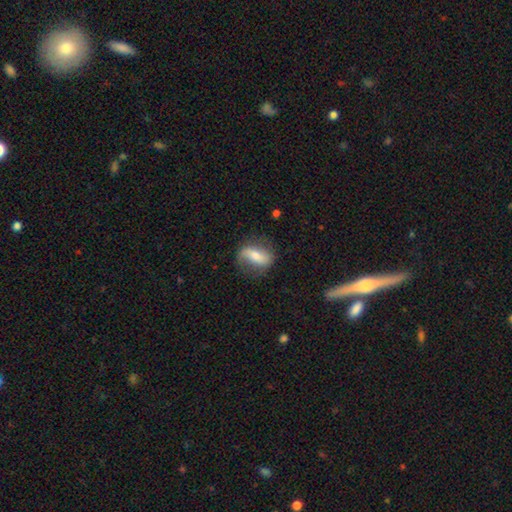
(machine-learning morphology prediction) type=featured or disk (49%); merging=none (67%).